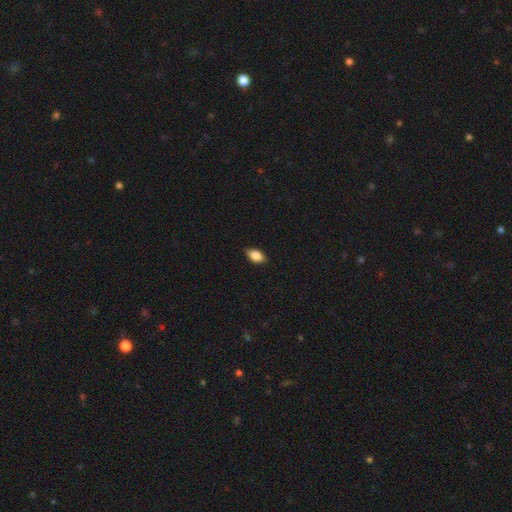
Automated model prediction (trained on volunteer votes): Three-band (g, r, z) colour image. It shows a smooth galaxy with no disk features (84%) that is in between round and cigar-shaped (89%). Merging: none (84%).